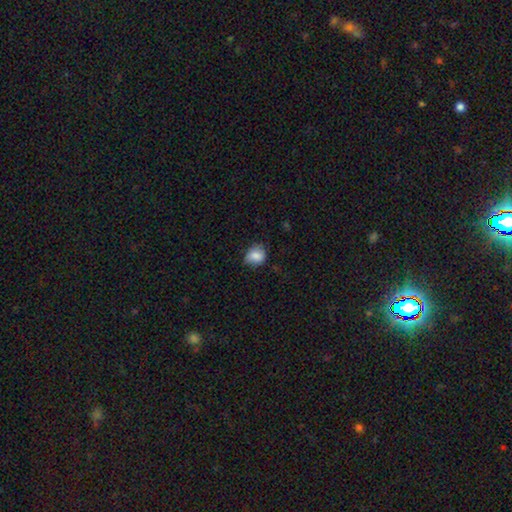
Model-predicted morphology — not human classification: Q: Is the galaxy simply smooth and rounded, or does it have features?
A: smooth — 83%.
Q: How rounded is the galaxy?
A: round — 53%.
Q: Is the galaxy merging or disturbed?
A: none — 57%.